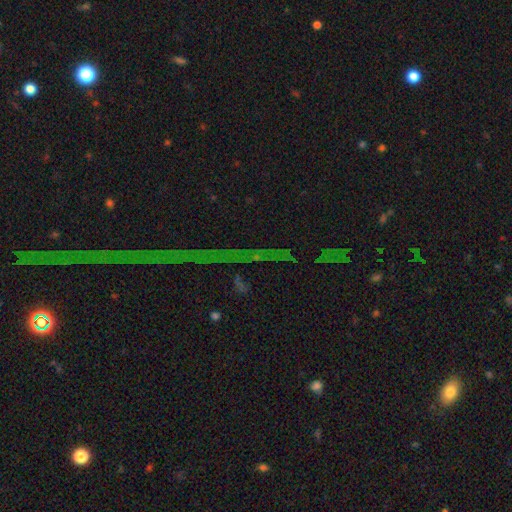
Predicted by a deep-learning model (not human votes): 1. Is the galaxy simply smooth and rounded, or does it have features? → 83% star or artifact, 9% featured or disk, 8% smooth.